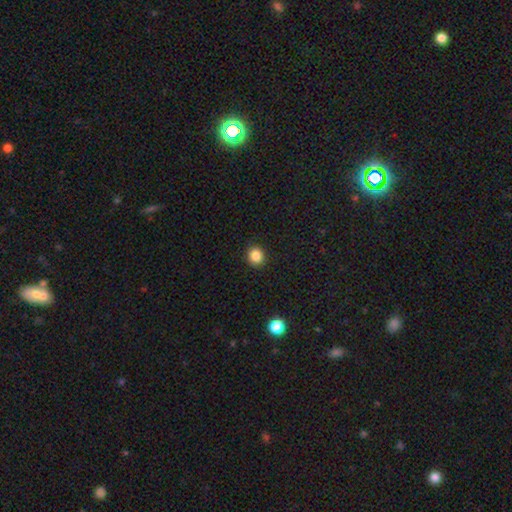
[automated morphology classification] Smooth or featured? smooth (86%)
How rounded? round (85%)
Merging? none (92%)